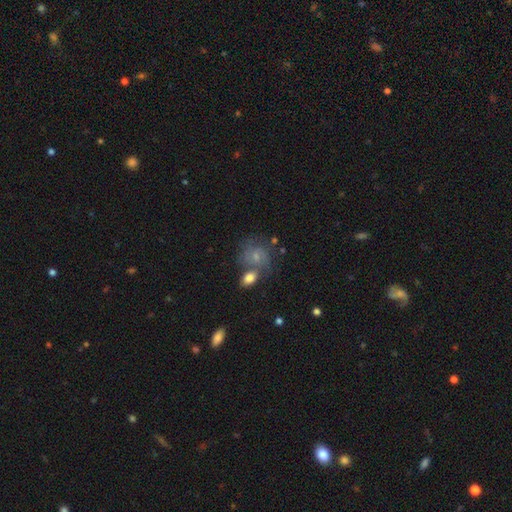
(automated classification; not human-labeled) Smooth or featured?
  - smooth: 45% *
  - featured or disk: 44%
  - star or artifact: 11%
Merging?
  - none: 47% *
  - merger: 24%
  - minor disturbance: 19%
  - major disturbance: 10%